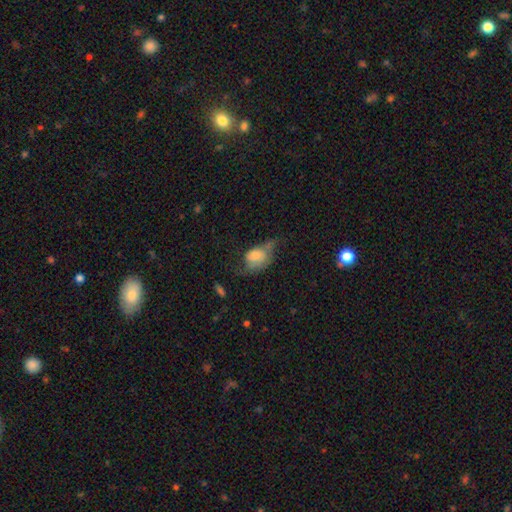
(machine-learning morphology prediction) A smooth galaxy with no disk features (52%) that is in between round and cigar-shaped (73%). Merging: major disturbance (36%).